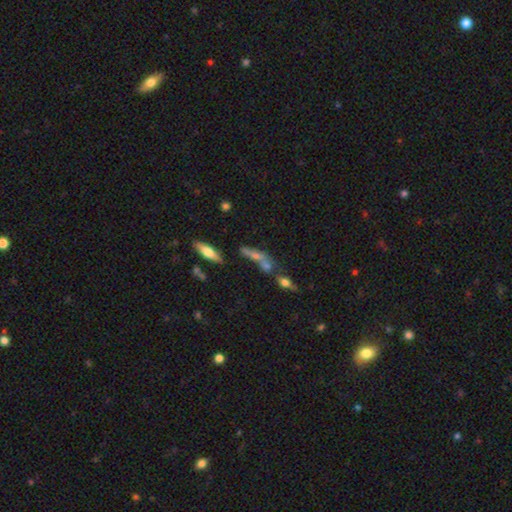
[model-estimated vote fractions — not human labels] smooth 48%, featured or disk 34%, star or artifact 18%. Down the decision tree: merging — merger (42%).